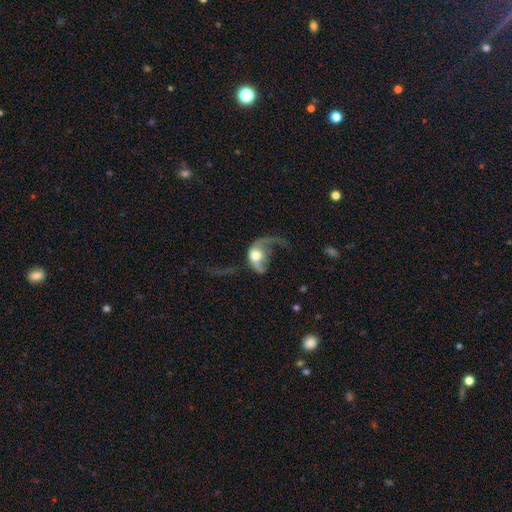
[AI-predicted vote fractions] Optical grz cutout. It shows a featured or disk galaxy (62%) with no bar (75%), spiral arms (69%) and a moderate central bulge (53%). Merging: major disturbance (62%).